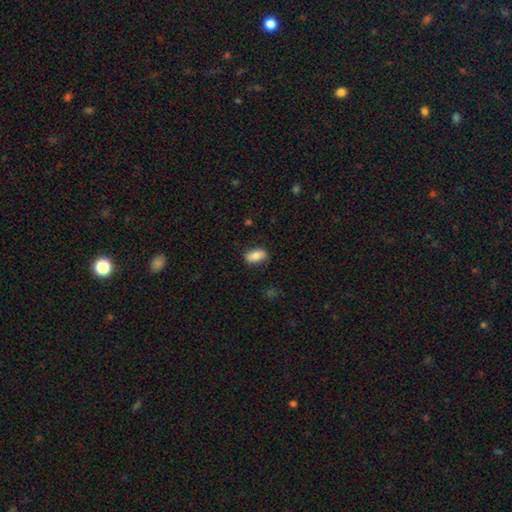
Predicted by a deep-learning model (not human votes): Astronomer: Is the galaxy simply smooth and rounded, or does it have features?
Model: smooth — 84%.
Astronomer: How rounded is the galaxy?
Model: in between — 91%.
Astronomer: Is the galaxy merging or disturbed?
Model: none — 83%.